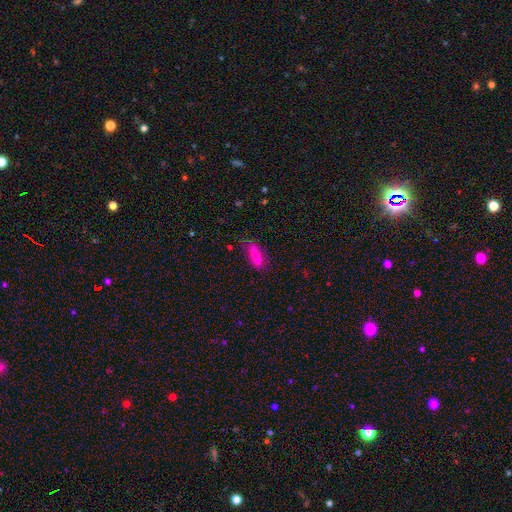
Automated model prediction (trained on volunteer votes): Smooth or featured? smooth (72%)
How rounded? in between (62%)
Merging? none (68%)